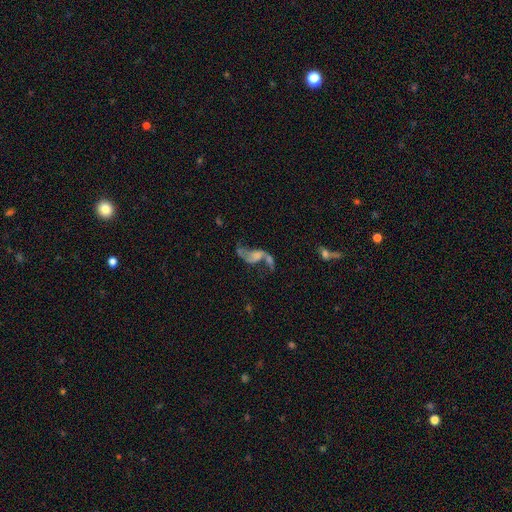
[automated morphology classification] featured or disk 74%, star or artifact 13%, smooth 13%. Down the decision tree: edge-on disk — no (94%); bar — no (57%); spiral arms — yes (83%); spiral arm count — 2 (86%); spiral winding — loose (85%); bulge size — none (38%); merging — none (38%).